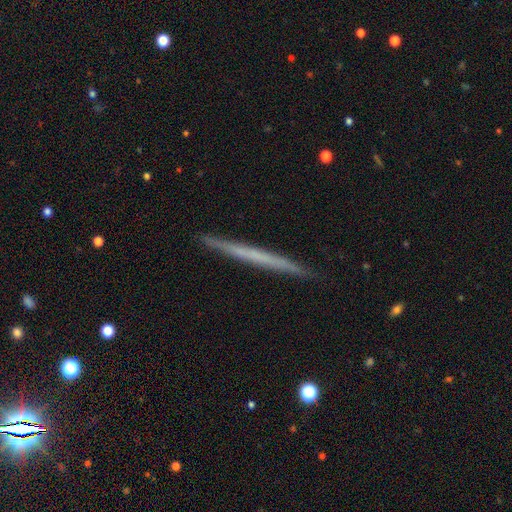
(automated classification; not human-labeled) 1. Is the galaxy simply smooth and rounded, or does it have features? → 52% featured or disk, 42% smooth, 6% star or artifact.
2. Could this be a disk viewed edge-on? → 98% yes, 2% no.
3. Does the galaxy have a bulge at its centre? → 92% none, 5% rounded, 3% boxy.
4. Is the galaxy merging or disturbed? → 92% none, 6% minor disturbance, 1% major disturbance, 1% merger.